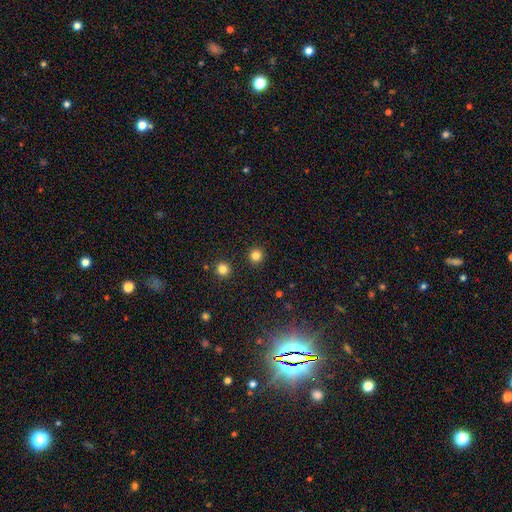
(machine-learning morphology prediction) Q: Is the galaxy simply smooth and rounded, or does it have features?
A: smooth — 82%.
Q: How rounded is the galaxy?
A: round — 94%.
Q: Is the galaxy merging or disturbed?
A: none — 92%.